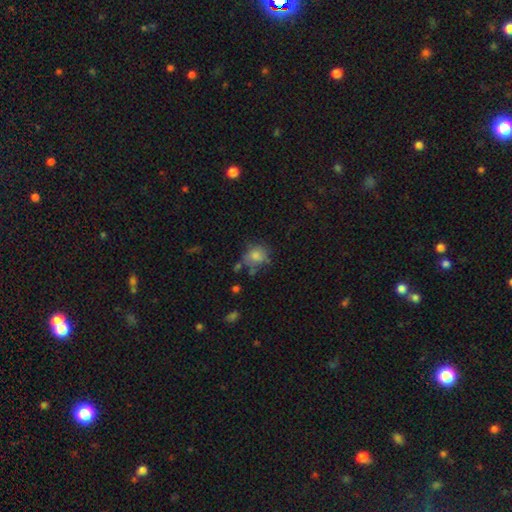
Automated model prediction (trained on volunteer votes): Smooth or featured? Predicted: smooth (p=0.70). How rounded? Predicted: round (p=0.69). Merging? Predicted: none (p=0.53).